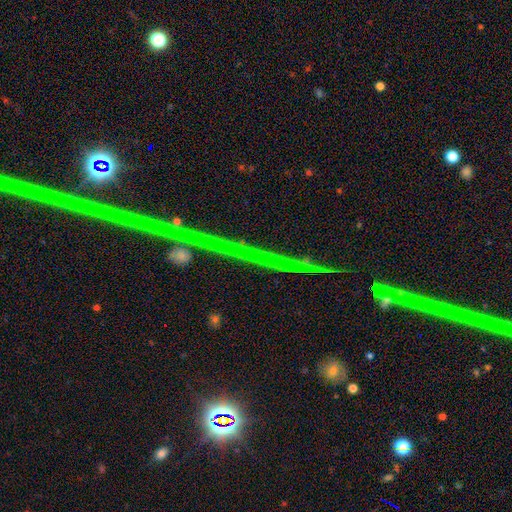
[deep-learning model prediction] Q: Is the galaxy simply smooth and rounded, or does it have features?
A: star or artifact — 81%.